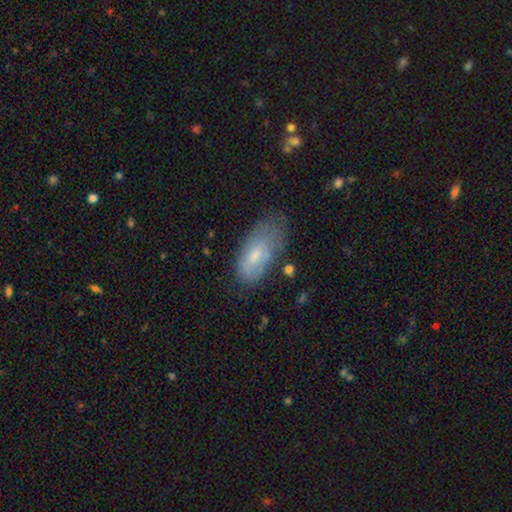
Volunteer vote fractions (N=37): Morphology: type=smooth (57%); roundness=in between (100%); merging=none (46%).